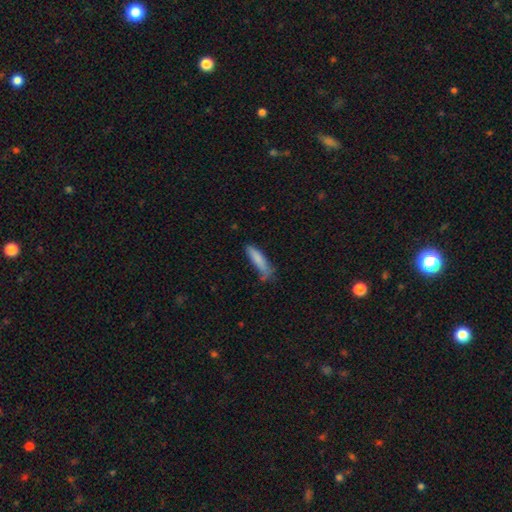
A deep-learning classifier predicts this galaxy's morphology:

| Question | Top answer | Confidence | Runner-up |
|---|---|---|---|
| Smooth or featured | smooth | 81% | featured or disk (12%) |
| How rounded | cigar-shaped | 77% | in between (22%) |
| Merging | none | 55% | minor disturbance (31%) |